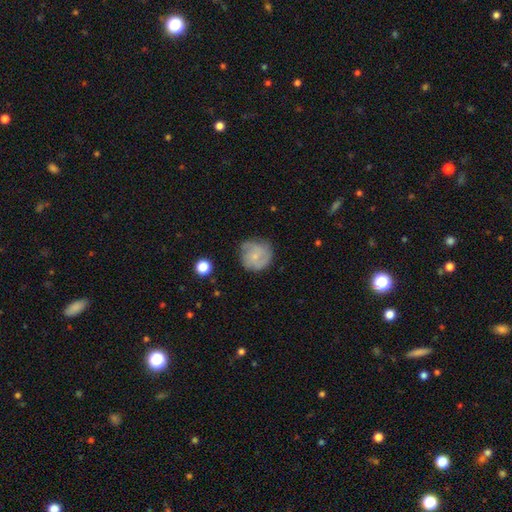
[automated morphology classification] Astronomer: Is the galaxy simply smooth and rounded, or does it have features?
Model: smooth — 50% (runner-up: featured or disk, 43%).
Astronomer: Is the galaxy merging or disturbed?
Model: none — 66%.